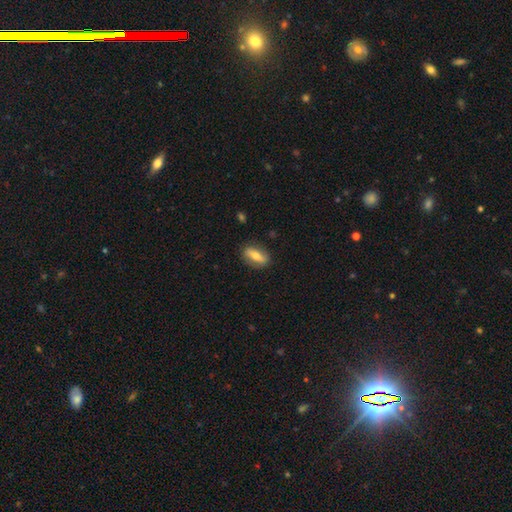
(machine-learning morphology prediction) Smooth or featured? Predicted: smooth (p=0.49). Merging? Predicted: none (p=0.85).